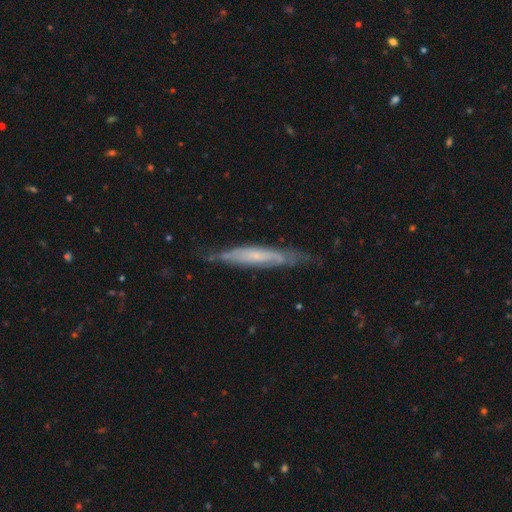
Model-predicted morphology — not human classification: type=featured or disk (62%); edge-on=yes (71%); merging=none (69%).